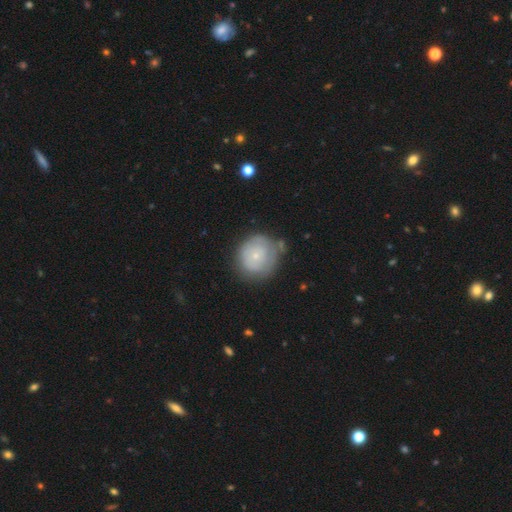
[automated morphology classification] A smooth galaxy with no disk features (59%) that is round (87%). Merging: none (61%).